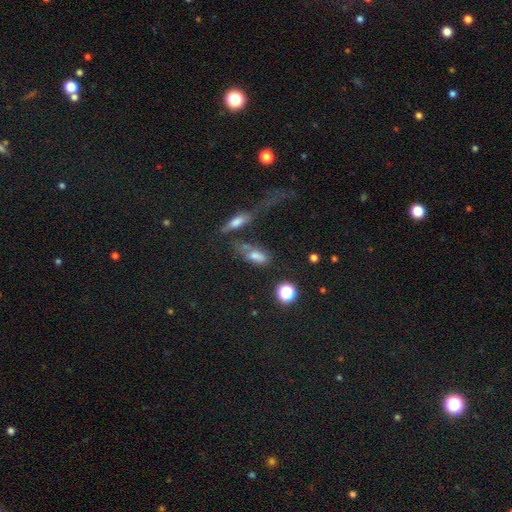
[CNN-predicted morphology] smooth-or-featured: smooth: 63% | star or artifact: 19% | featured or disk: 18%
  how-rounded: in between: 70% | cigar-shaped: 21% | round: 9%
  merging: none: 41% | merger: 23% | minor disturbance: 19% | major disturbance: 16%